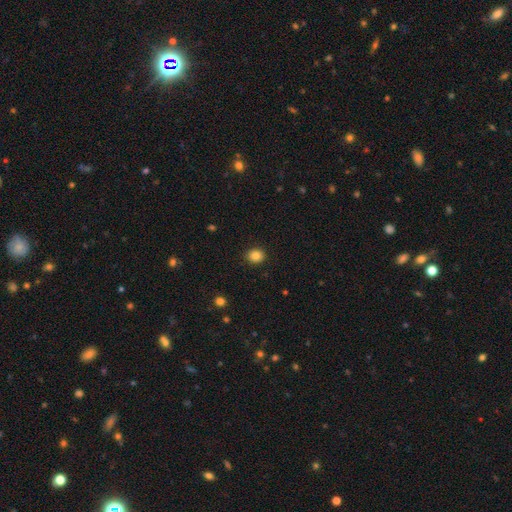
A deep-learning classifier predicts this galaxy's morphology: Smooth or featured? Predicted: smooth (p=0.84). How rounded? Predicted: round (p=0.75). Merging? Predicted: none (p=0.91).